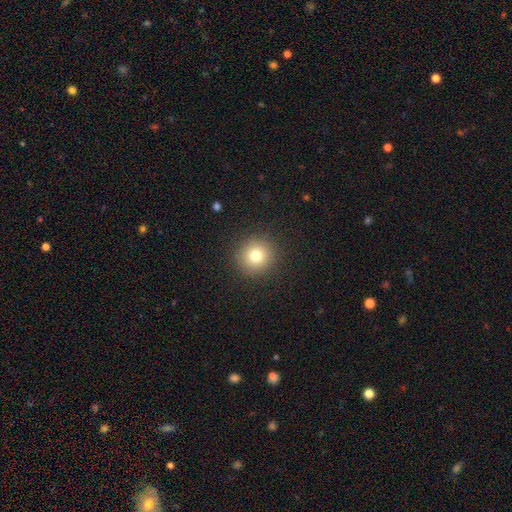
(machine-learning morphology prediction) The model was most divided on "smooth or featured": smooth: 77%, star or artifact: 13%, featured or disk: 10%. More confident: how rounded — round (94%); merging — none (91%).